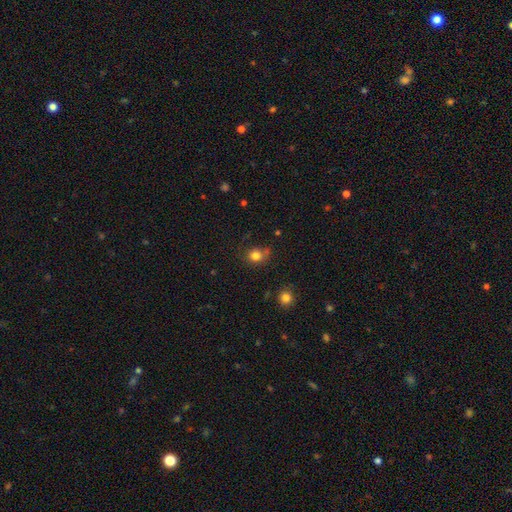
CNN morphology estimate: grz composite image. It shows a smooth galaxy with no disk features (81%) that is round (75%). Merging: none (66%).